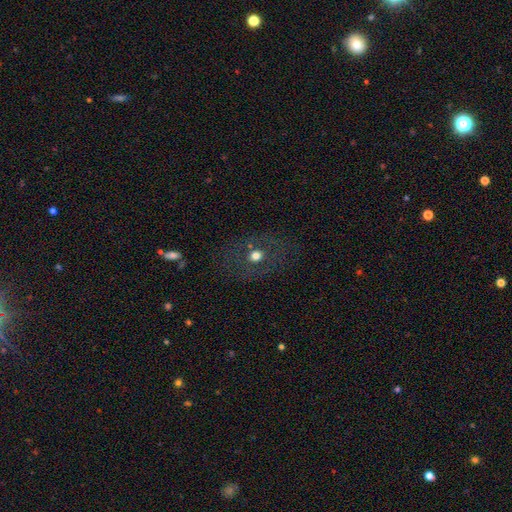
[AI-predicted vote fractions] Q: Smooth or featured?
A: smooth (53%); runner-up: featured or disk (33%)
Q: How rounded?
A: round (60%); runner-up: in between (38%)
Q: Merging?
A: none (79%); runner-up: minor disturbance (11%)